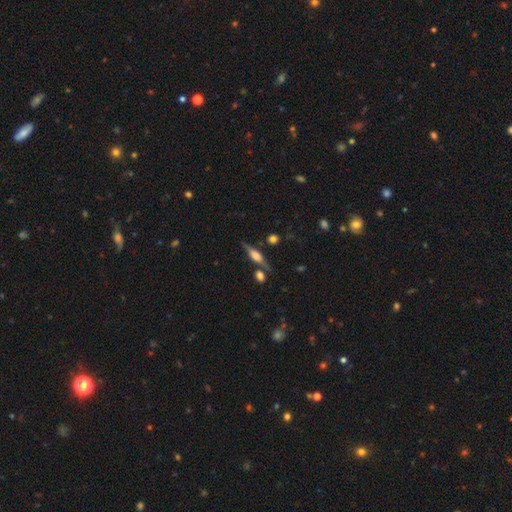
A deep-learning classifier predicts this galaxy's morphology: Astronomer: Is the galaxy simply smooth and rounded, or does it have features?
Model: featured or disk — 72%.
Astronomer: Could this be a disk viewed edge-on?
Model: yes — 96%.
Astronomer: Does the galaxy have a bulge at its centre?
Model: rounded — 76%.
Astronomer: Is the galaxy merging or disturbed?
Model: none — 78%.